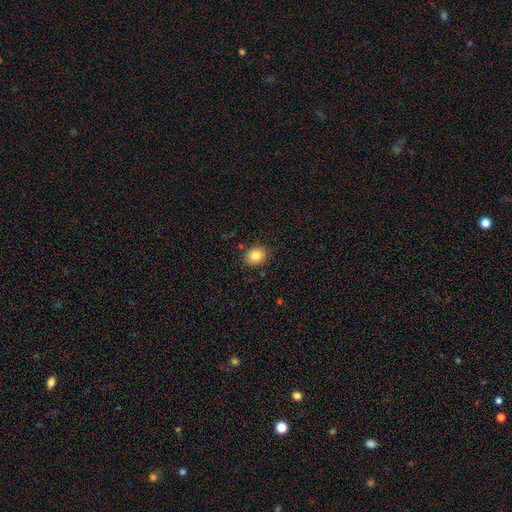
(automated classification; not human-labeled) Overall: smooth (83%). How rounded: round (56%; in between 43%). Merging: none (87%).